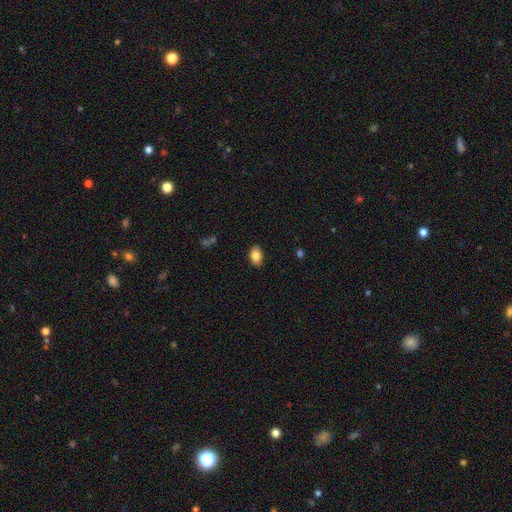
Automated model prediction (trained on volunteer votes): This is clearly a smooth galaxy (85%). How rounded: clearly in between (86%). Merging: clearly none (87%).